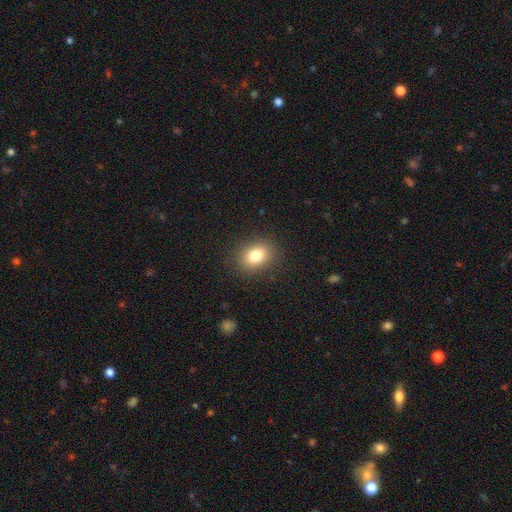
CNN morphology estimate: A smooth galaxy with no disk features (81%) that is in between round and cigar-shaped (60%). Merging: none (88%).